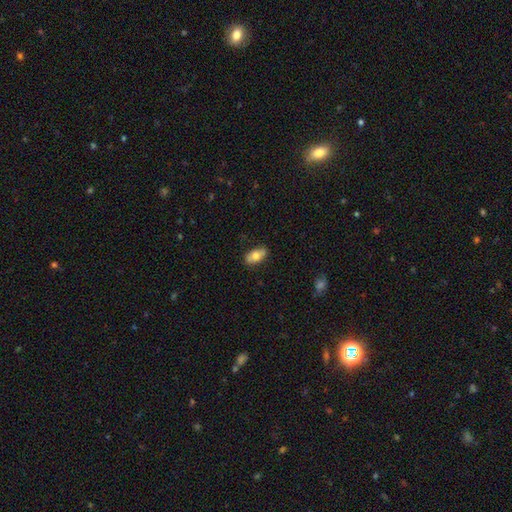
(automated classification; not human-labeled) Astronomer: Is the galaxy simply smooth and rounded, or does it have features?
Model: smooth — 71%.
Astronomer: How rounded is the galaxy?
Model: in between — 89%.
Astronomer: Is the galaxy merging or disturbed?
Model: none — 83%.